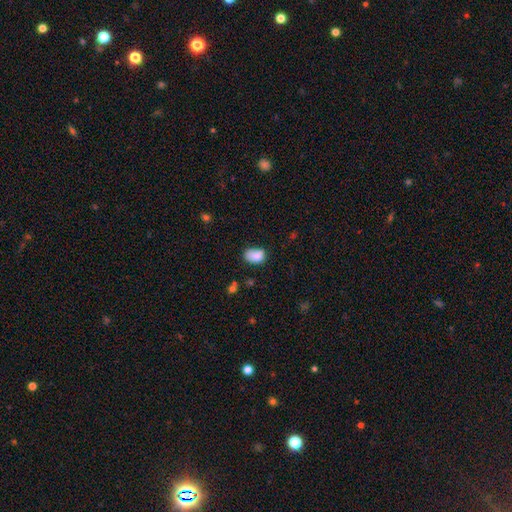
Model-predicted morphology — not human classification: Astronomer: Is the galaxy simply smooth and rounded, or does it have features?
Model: smooth — 84%.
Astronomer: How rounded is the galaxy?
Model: in between — 78%.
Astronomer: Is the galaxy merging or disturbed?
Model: none — 56%.